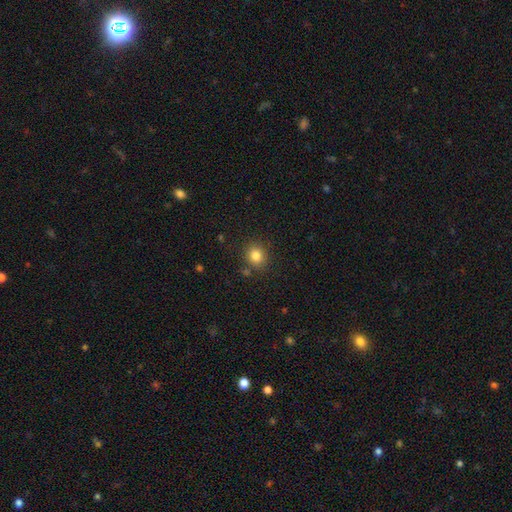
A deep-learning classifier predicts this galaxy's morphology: A smooth galaxy with no disk features (82%) that is round (78%). Merging: none (84%).